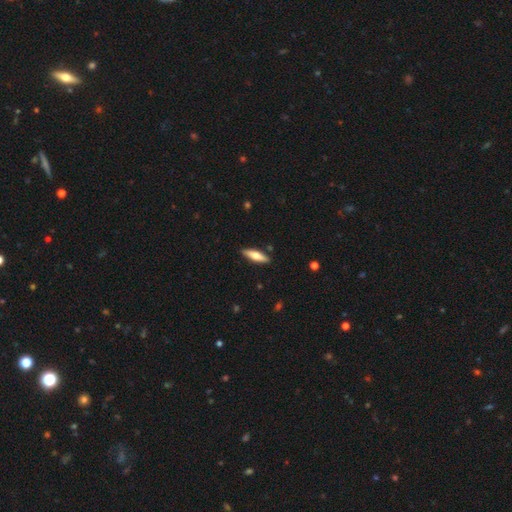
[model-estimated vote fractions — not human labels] Overall: smooth (59%; featured or disk 35%). How rounded: cigar-shaped (63%; in between 35%). Merging: none (88%).